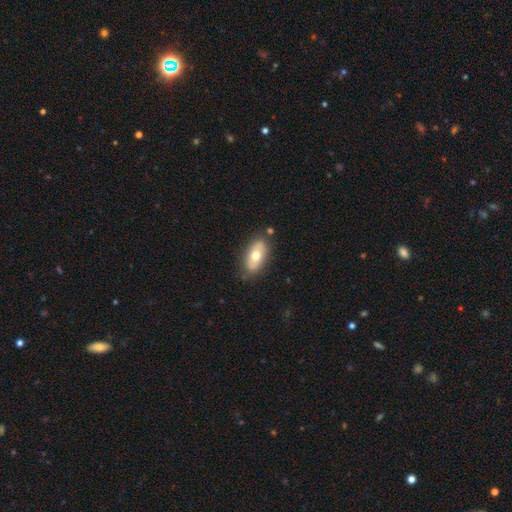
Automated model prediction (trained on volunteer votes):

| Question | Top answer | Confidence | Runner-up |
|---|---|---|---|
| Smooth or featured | smooth | 62% | featured or disk (32%) |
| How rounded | in between | 88% | cigar-shaped (8%) |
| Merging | none | 79% | minor disturbance (15%) |